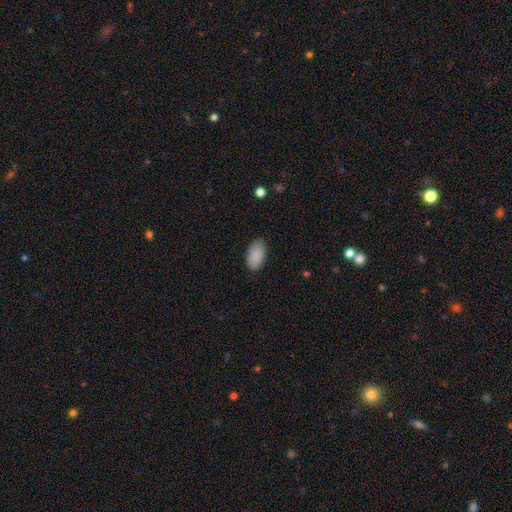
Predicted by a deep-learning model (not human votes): A smooth galaxy with no disk features (90%) that is in between round and cigar-shaped (95%). Merging: none (85%).